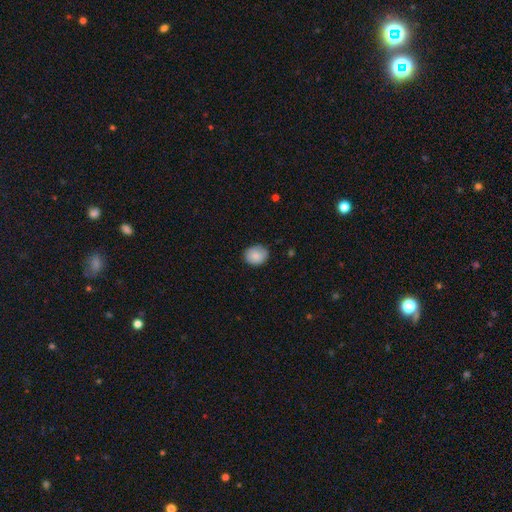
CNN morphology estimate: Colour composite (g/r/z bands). It shows a smooth galaxy with no disk features (86%) that is round (64%). Merging: none (81%).